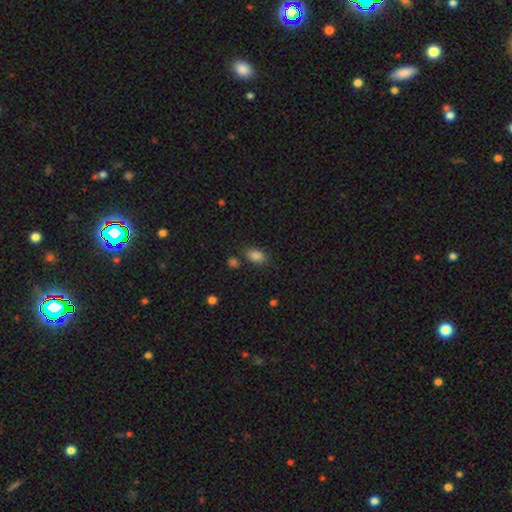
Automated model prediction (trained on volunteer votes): Smooth or featured?
  - smooth: 85% *
  - star or artifact: 11%
  - featured or disk: 4%
How rounded?
  - in between: 86% *
  - round: 12%
  - cigar-shaped: 2%
Merging?
  - none: 75% *
  - minor disturbance: 15%
  - merger: 6%
  - major disturbance: 4%